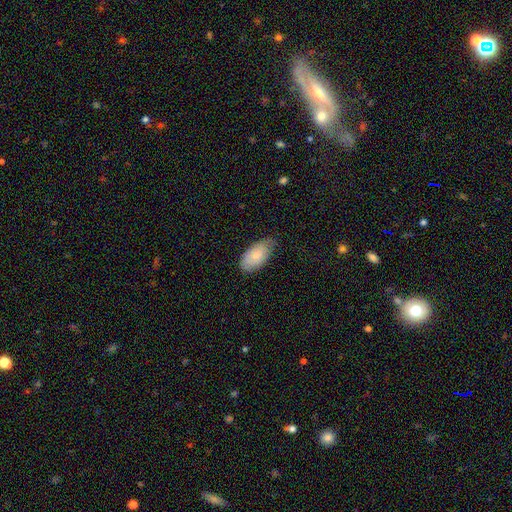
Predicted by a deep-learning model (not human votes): The model was most divided on "merging": none: 64%, minor disturbance: 30%, major disturbance: 5%, merger: 1%. More confident: how rounded — in between (94%); smooth or featured — smooth (73%).